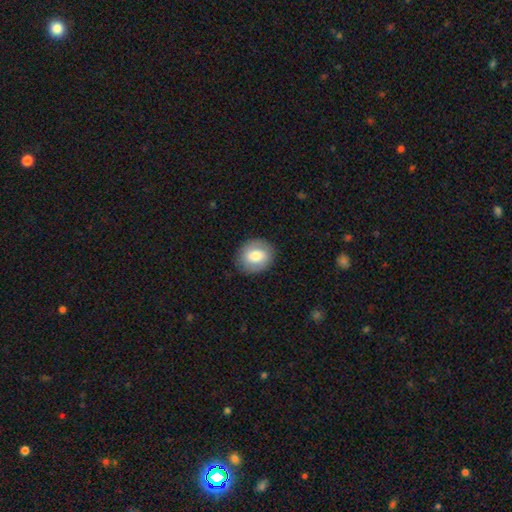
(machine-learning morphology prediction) Smooth or featured? Predicted: smooth (p=0.74). How rounded? Predicted: round (p=0.63). Merging? Predicted: none (p=0.87).